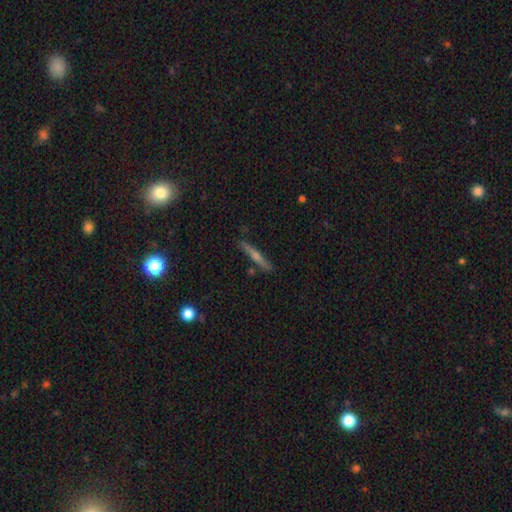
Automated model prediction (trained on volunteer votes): This is possibly a featured or disk galaxy (55%). It is clearly viewed edge-on (96%). Edge-on bulge: likely rounded (65%). Merging: clearly none (87%).